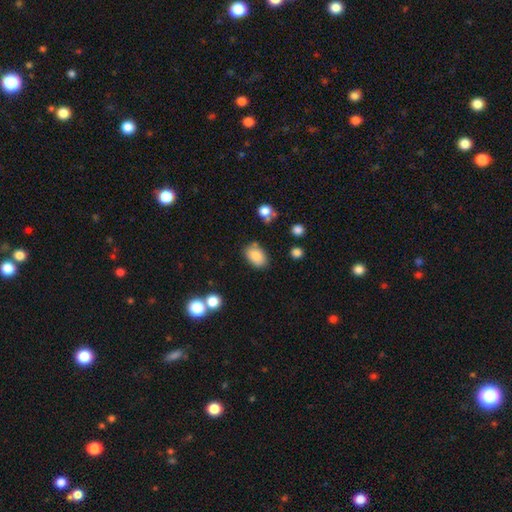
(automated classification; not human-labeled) smooth_or_featured: smooth (p=0.84) [alt: star or artifact p=0.09]
how_rounded: in between (p=0.82) [alt: round p=0.17]
merging: none (p=0.77) [alt: minor disturbance p=0.15]